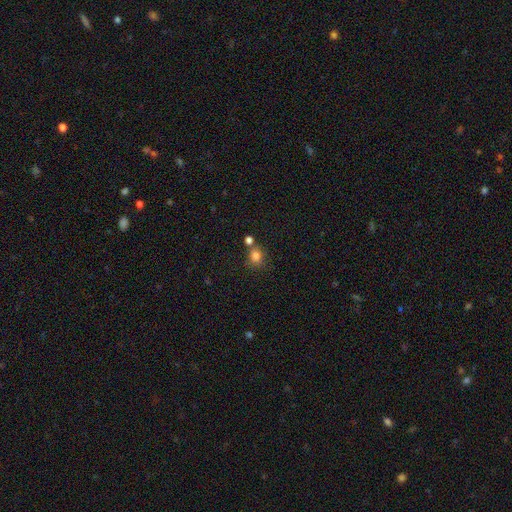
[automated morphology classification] type=smooth (81%); roundness=round (71%); merging=none (63%).